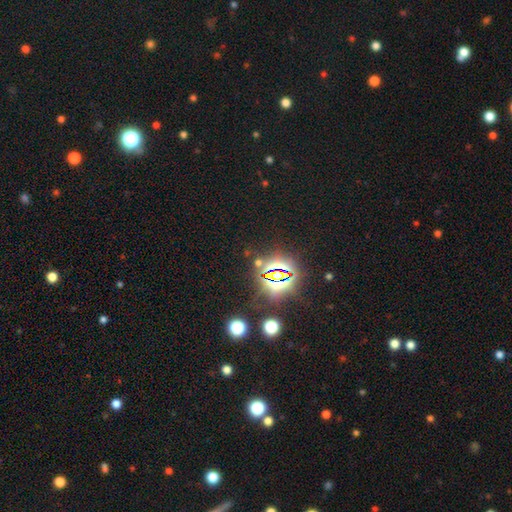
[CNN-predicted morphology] A star or artifact, not a galaxy (82%).

Vote fractions:
- Smooth or featured? star or artifact: 82% / smooth: 11% / featured or disk: 7%